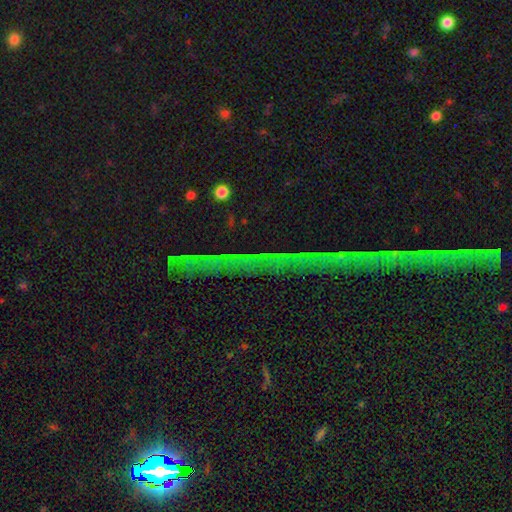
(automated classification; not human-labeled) smooth_or_featured: star or artifact (p=0.84) [alt: featured or disk p=0.09]